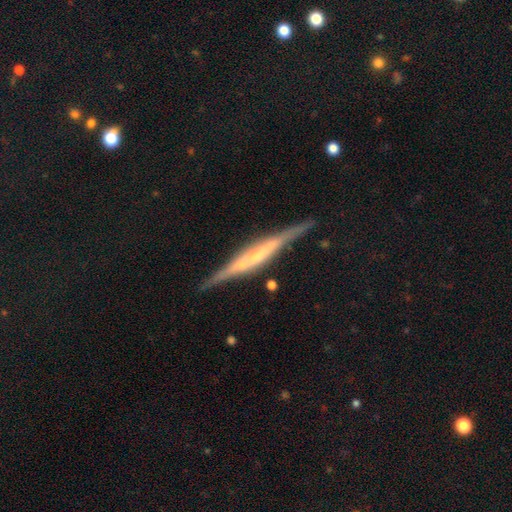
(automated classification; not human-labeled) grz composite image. It shows a featured or disk galaxy (75%) viewed edge-on (96%) with no central bulge (37%). Merging: none (80%).